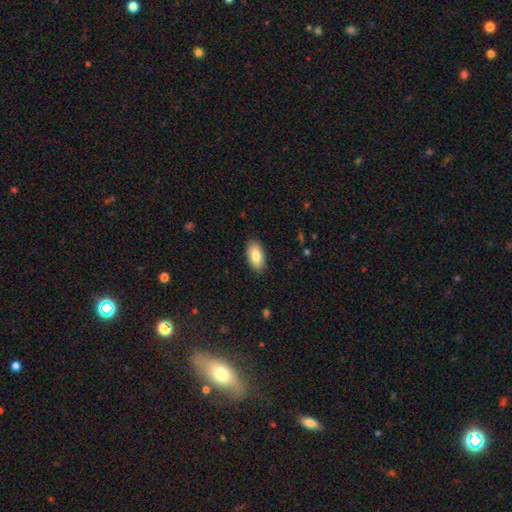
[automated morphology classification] Overall: smooth (83%). How rounded: in between (93%). Merging: none (88%).